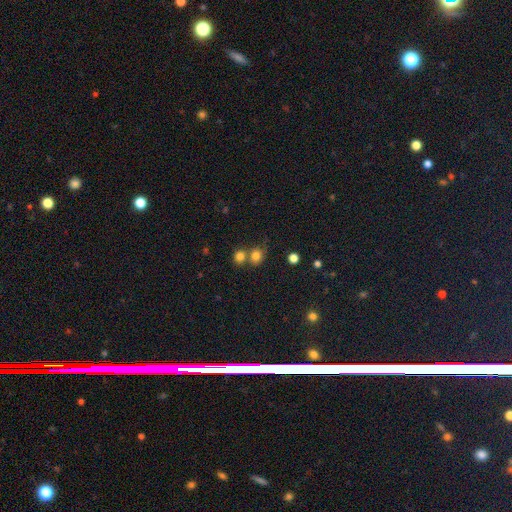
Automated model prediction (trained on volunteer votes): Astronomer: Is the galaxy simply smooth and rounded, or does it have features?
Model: smooth — 79%.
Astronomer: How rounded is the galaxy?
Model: round — 73%.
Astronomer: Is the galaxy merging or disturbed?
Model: none — 48% (runner-up: merger, 37%).